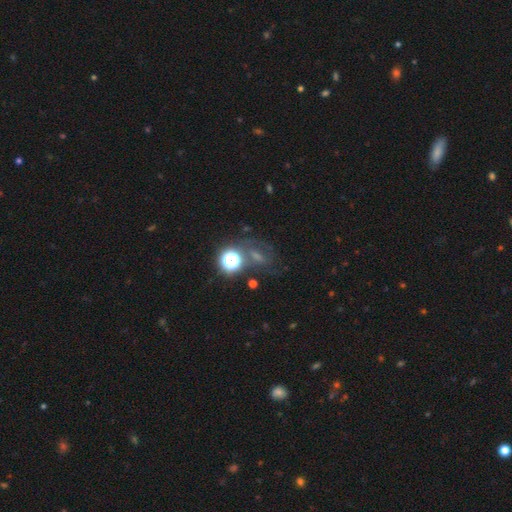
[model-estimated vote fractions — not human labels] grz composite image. It shows a star or artifact, not a galaxy (52%).